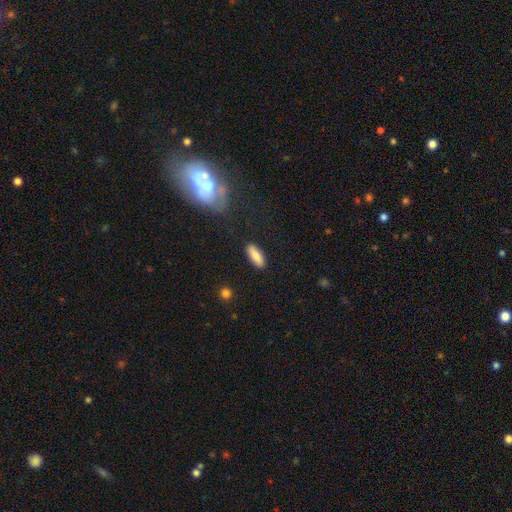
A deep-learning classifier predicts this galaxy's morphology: The model was most divided on "how rounded": in between: 69%, cigar-shaped: 29%, round: 2%. More confident: merging — none (88%); smooth or featured — smooth (84%).